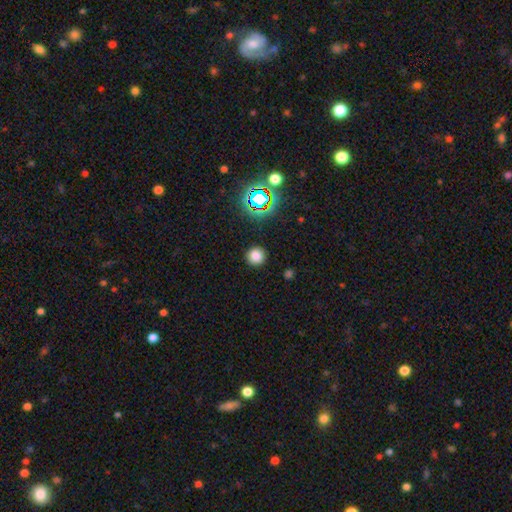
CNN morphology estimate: The model was most divided on "smooth or featured": smooth: 76%, star or artifact: 18%, featured or disk: 5%. More confident: how rounded — round (94%); merging — none (90%).